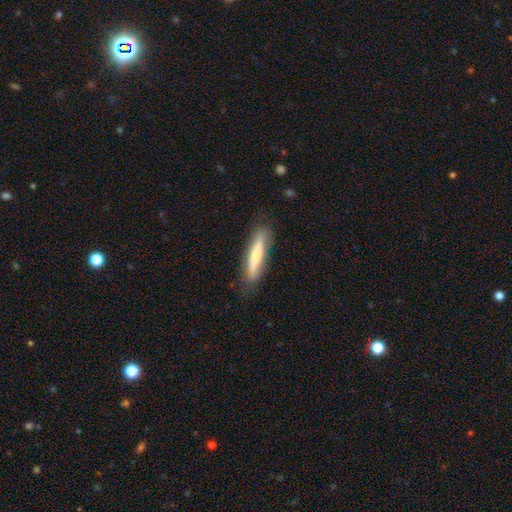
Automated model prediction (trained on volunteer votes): smooth 59%, featured or disk 35%, star or artifact 6%. Down the decision tree: how rounded — cigar-shaped (85%); merging — none (82%).